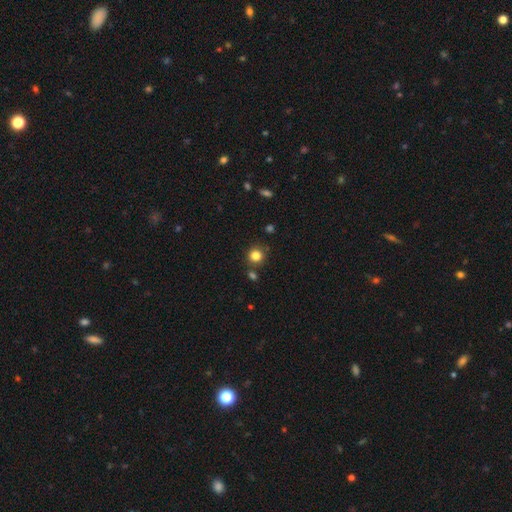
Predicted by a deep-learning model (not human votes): smooth_or_featured: smooth (p=0.83) [alt: star or artifact p=0.12]
how_rounded: round (p=0.89) [alt: in between p=0.10]
merging: none (p=0.81) [alt: minor disturbance p=0.09]